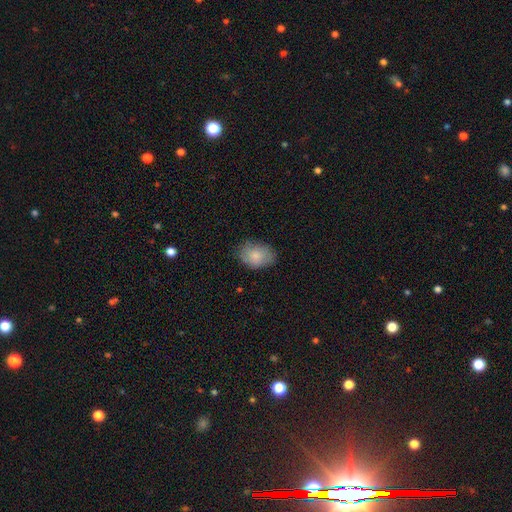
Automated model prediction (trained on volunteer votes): Smooth or featured? Predicted: smooth (p=0.81). How rounded? Predicted: in between (p=0.76). Merging? Predicted: none (p=0.73).